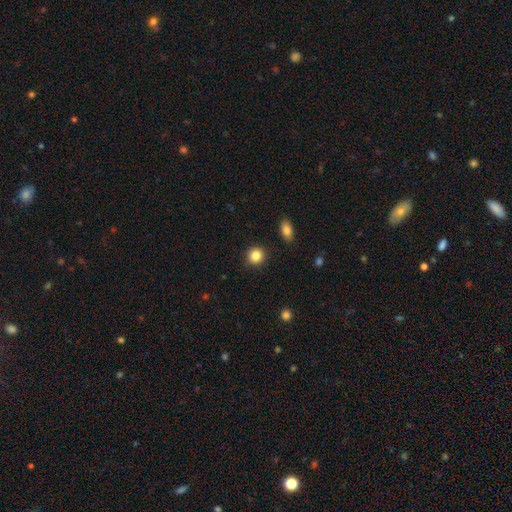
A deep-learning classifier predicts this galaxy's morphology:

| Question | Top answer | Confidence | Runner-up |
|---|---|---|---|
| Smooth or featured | smooth | 86% | star or artifact (10%) |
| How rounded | round | 87% | in between (12%) |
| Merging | none | 90% | minor disturbance (6%) |